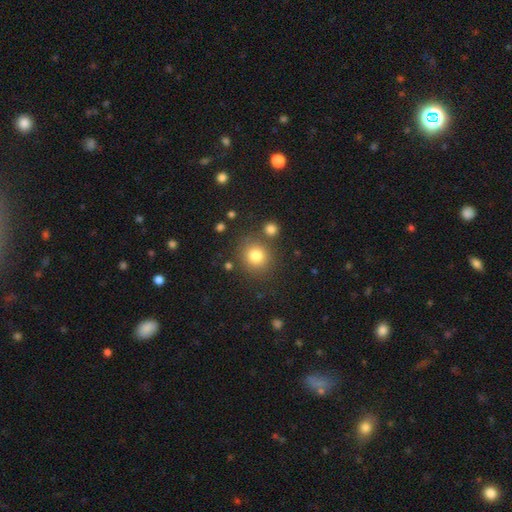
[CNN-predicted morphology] Overall: smooth (80%). How rounded: round (87%). Merging: none (80%).